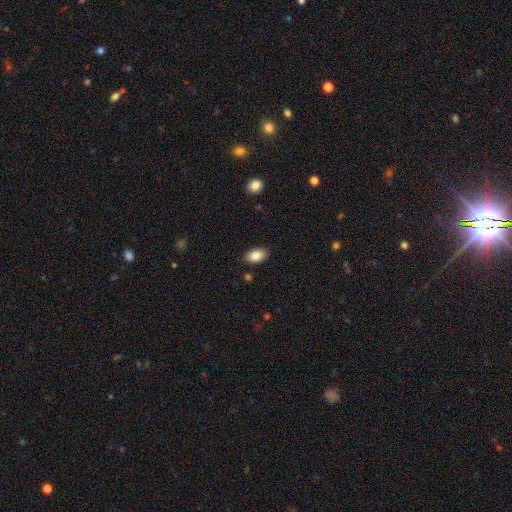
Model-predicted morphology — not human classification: The model was most divided on "merging": none: 87%, minor disturbance: 10%, major disturbance: 2%, merger: 1%. More confident: how rounded — in between (92%); smooth or featured — smooth (85%).